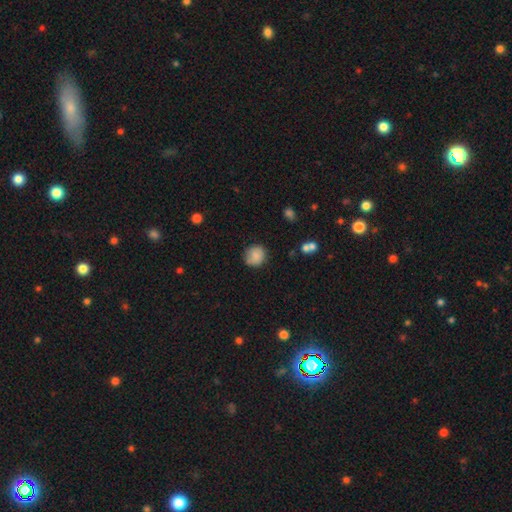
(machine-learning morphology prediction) Q: Smooth or featured?
A: smooth (84%); runner-up: star or artifact (8%)
Q: How rounded?
A: round (86%); runner-up: in between (13%)
Q: Merging?
A: none (80%); runner-up: minor disturbance (15%)